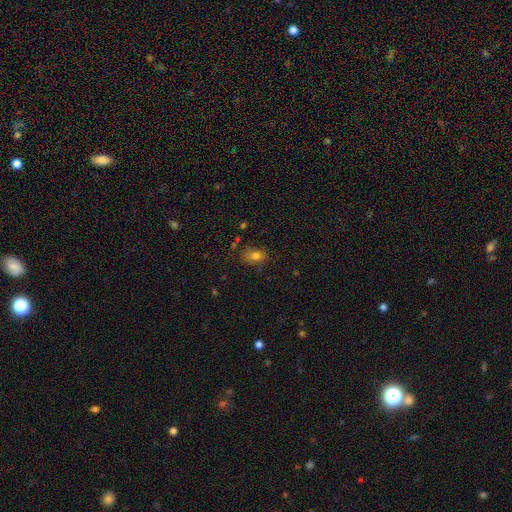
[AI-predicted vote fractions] Smooth or featured? smooth (78%)
How rounded? in between (69%)
Merging? none (74%)